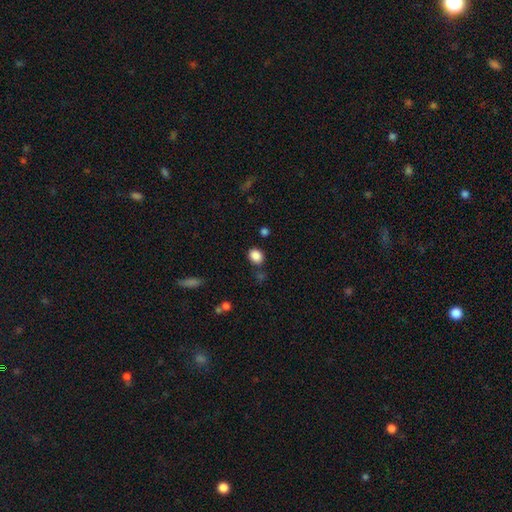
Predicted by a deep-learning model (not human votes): A smooth galaxy with no disk features (86%) that is in between round and cigar-shaped (52%). Merging: none (79%).